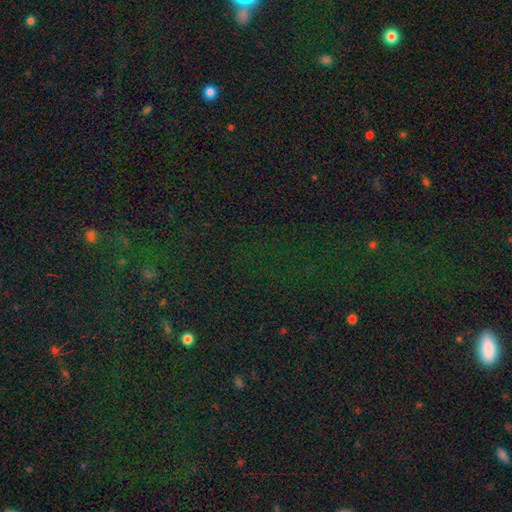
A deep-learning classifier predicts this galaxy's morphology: Smooth or featured?
  - star or artifact: 79% *
  - smooth: 14%
  - featured or disk: 7%